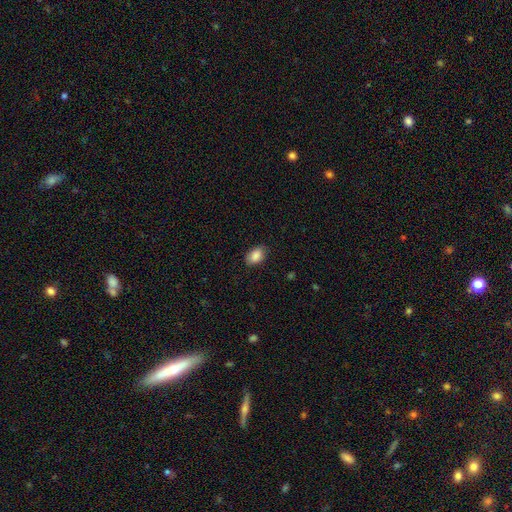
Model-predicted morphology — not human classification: This appears to be a smooth galaxy with no disk features (88%) that is in between round and cigar-shaped (88%). Merging: none (83%).